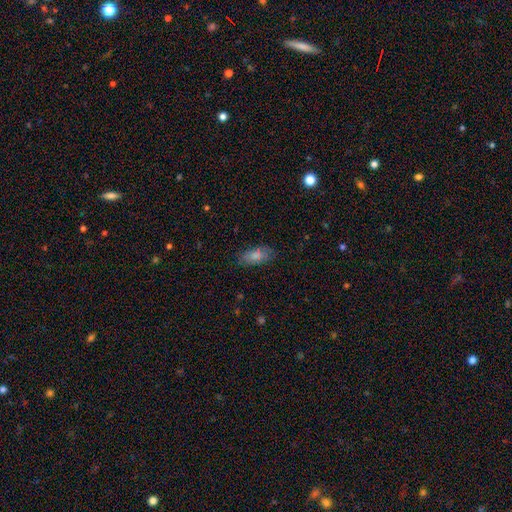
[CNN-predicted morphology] Smooth or featured?
  - smooth: 83% *
  - featured or disk: 10%
  - star or artifact: 7%
How rounded?
  - in between: 85% *
  - cigar-shaped: 13%
  - round: 2%
Merging?
  - none: 78% *
  - minor disturbance: 16%
  - major disturbance: 5%
  - merger: 1%